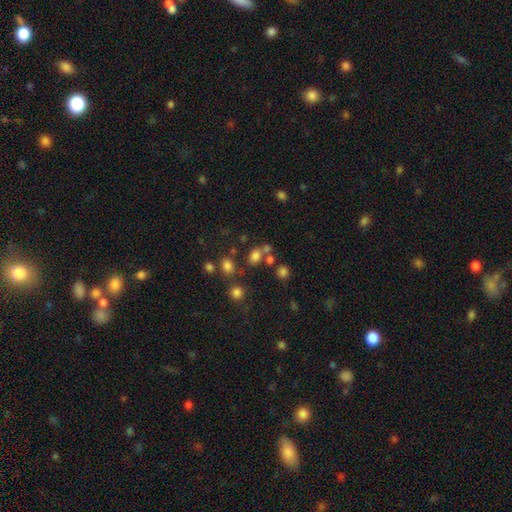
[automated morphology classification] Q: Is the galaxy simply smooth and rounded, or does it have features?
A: smooth — 72%.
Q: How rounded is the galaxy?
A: in between — 55%.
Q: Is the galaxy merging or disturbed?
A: none — 60%.